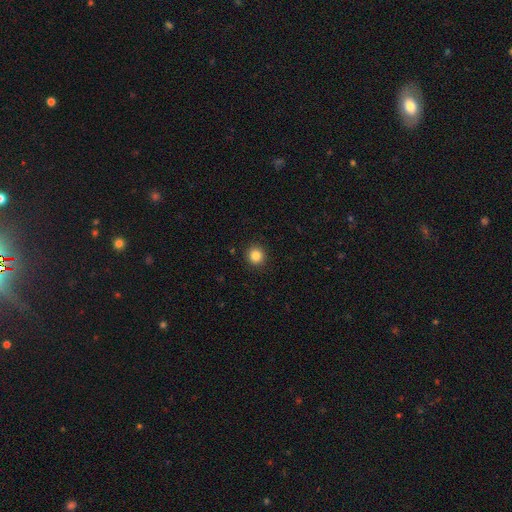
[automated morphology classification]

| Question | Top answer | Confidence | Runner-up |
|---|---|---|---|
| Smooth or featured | smooth | 84% | star or artifact (11%) |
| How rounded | round | 92% | in between (7%) |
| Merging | none | 92% | minor disturbance (5%) |